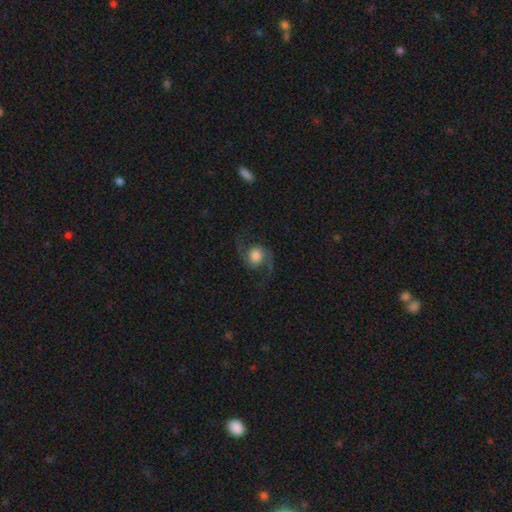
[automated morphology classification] Smooth or featured: featured or disk — 82% (smooth — 12%)
Edge-on disk: no — 97% (yes — 3%)
Bar: no — 71% (weak — 23%)
Spiral arms: yes — 97% (no — 3%)
Spiral winding: loose — 63% (medium — 31%)
Spiral arm count: 2 — 94% (1 — 2%)
Bulge size: large — 45% (moderate — 30%)
Merging: none — 75% (minor disturbance — 13%)